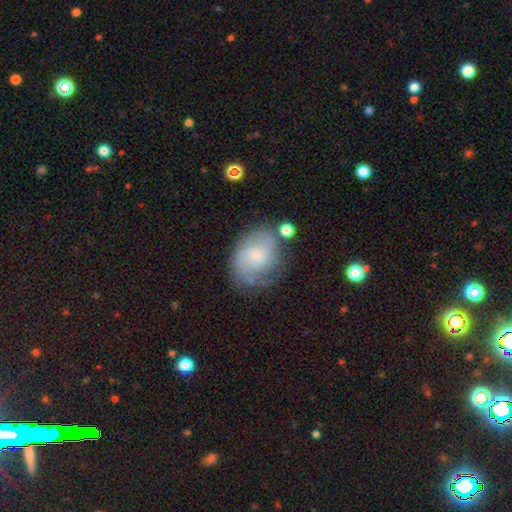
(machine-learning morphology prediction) The model was most divided on "bulge size": small: 48%, moderate: 31%, none: 13%, large: 7%, dominant: 2%. More confident: edge-on disk — no (97%); spiral arms — yes (85%); bar — no (62%); merging — none (61%); smooth or featured — featured or disk (55%).